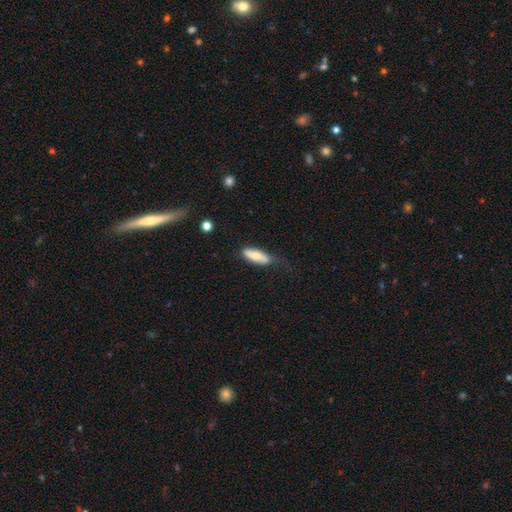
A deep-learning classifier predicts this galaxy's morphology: The model was most divided on "merging": none: 51%, minor disturbance: 33%, major disturbance: 13%, merger: 3%. More confident: smooth or featured — smooth (65%); how rounded — in between (64%).